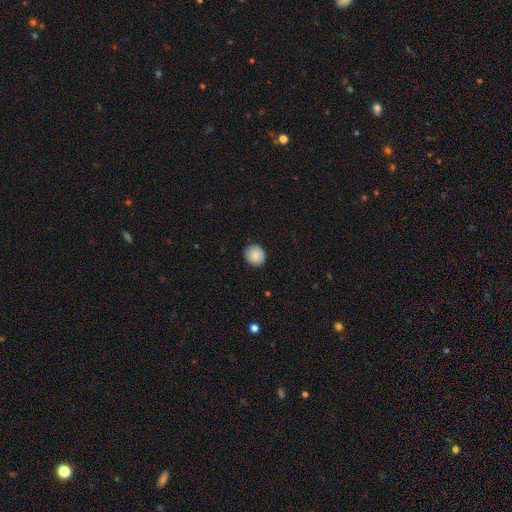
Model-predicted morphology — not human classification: Overall: smooth (85%). How rounded: round (89%). Merging: none (90%).